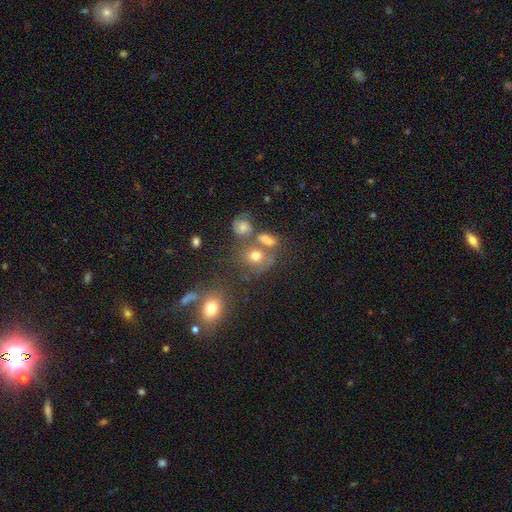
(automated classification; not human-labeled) A smooth galaxy with no disk features (66%) that is round (62%).

Vote fractions:
- Smooth or featured? smooth: 66% / star or artifact: 18% / featured or disk: 16%
- How rounded? round: 62% / in between: 36% / cigar-shaped: 2%
- Merging? none: 49% / merger: 26% / minor disturbance: 15% / major disturbance: 10%